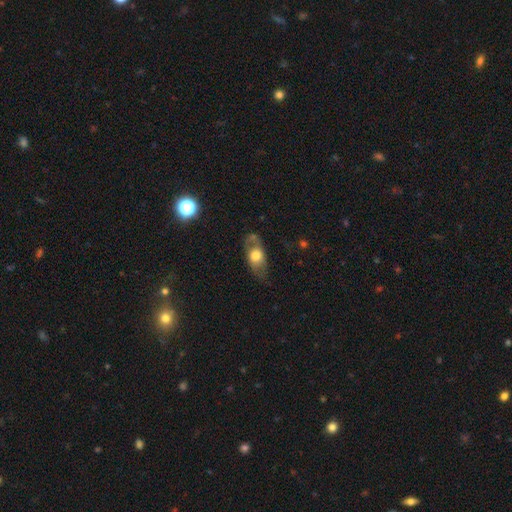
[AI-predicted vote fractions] smooth-or-featured: smooth: 57% | featured or disk: 36% | star or artifact: 8%
  how-rounded: in between: 78% | round: 16% | cigar-shaped: 6%
  merging: none: 56% | minor disturbance: 26% | major disturbance: 15% | merger: 3%